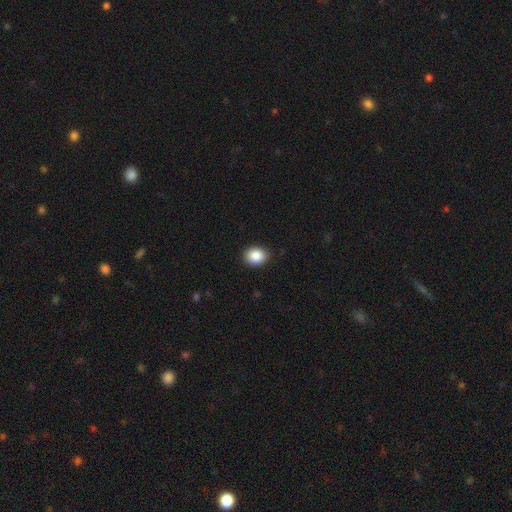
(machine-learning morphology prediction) Smooth or featured: smooth — 88% (star or artifact — 8%)
How rounded: in between — 52% (round — 47%)
Merging: none — 88% (minor disturbance — 9%)